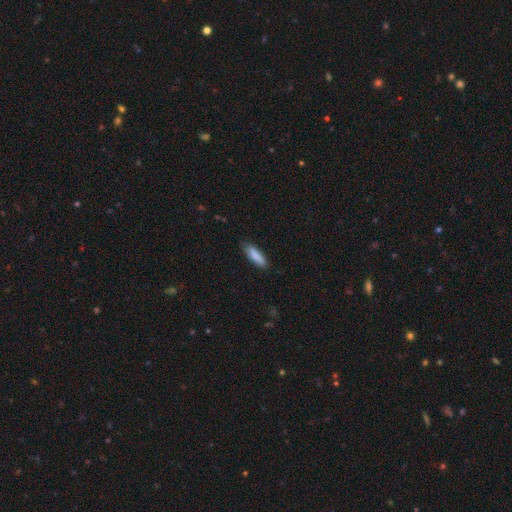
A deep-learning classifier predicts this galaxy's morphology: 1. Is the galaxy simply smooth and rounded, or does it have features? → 87% smooth, 7% featured or disk, 6% star or artifact.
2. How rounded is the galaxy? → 61% cigar-shaped, 38% in between, 1% round.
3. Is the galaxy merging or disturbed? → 83% none, 14% minor disturbance, 2% major disturbance, 1% merger.